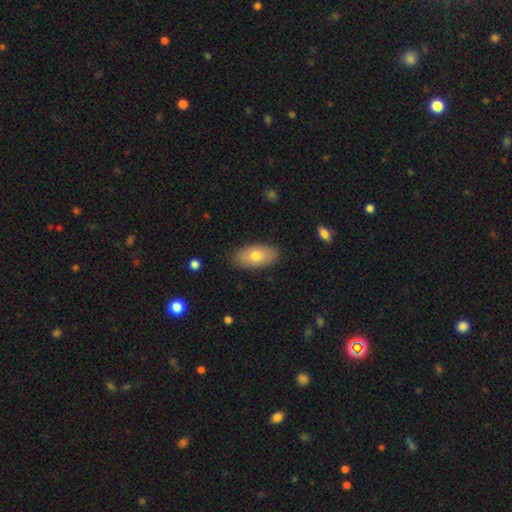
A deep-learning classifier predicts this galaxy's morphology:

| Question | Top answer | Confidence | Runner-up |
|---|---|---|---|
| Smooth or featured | smooth | 73% | featured or disk (21%) |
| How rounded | in between | 93% | round (4%) |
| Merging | none | 86% | minor disturbance (11%) |